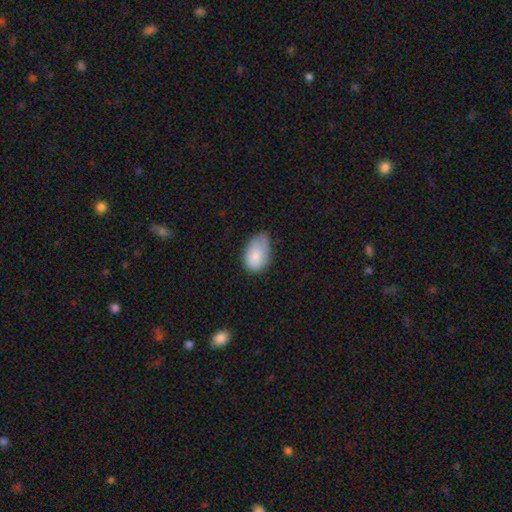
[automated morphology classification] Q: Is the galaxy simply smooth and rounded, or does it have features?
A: smooth — 83%.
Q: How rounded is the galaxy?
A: in between — 89%.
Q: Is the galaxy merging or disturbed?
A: minor disturbance — 47%.